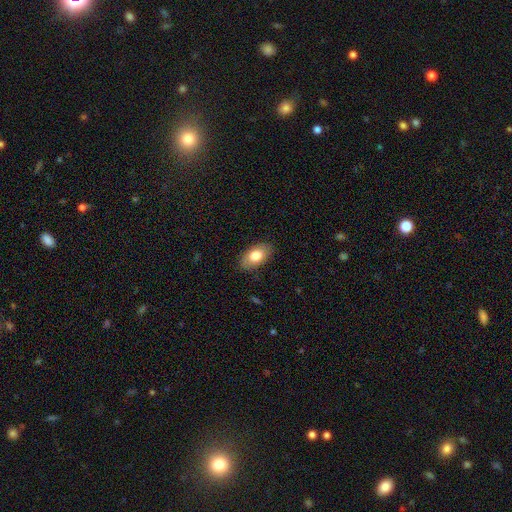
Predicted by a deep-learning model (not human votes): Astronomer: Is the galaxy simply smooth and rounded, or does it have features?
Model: smooth — 78%.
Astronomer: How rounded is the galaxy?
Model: in between — 93%.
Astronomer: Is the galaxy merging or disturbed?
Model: none — 86%.